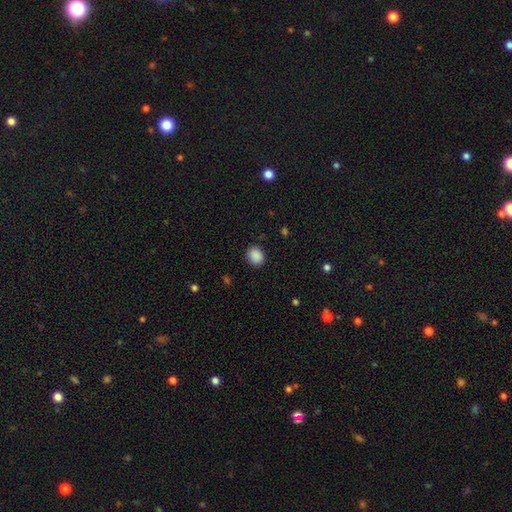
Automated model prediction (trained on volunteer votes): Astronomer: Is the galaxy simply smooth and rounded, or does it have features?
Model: smooth — 88%.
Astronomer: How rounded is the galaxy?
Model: round — 60% (runner-up: in between, 39%).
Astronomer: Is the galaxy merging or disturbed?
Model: none — 87%.